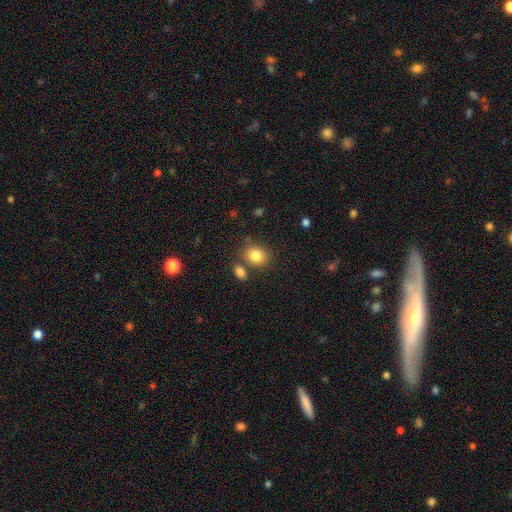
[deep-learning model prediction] Smooth or featured? Predicted: smooth (p=0.83). How rounded? Predicted: round (p=0.56). Merging? Predicted: none (p=0.70).